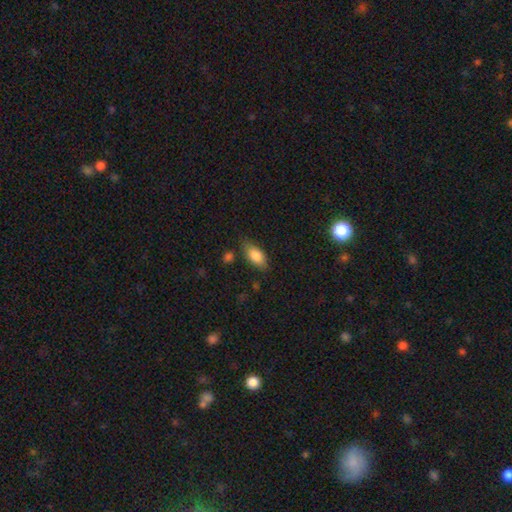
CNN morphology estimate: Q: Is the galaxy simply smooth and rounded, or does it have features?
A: smooth — 82%.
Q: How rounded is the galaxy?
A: in between — 87%.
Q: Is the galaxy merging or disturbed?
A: none — 72%.